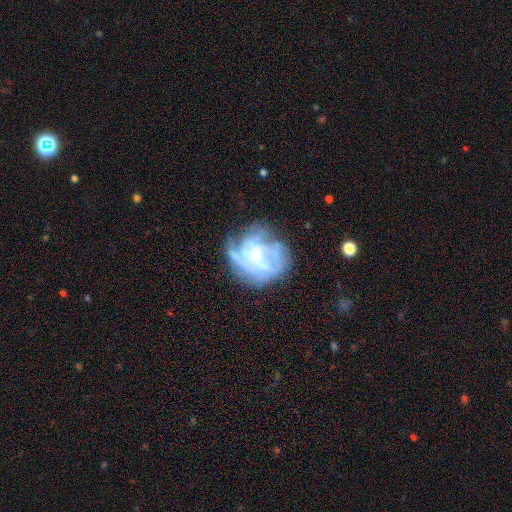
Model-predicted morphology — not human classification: This appears to be a featured or disk galaxy (75%) with no bar (53%), tight (49%) spiral arms (72%) and a moderate central bulge (42%, tied with small). Merging: none (53%).